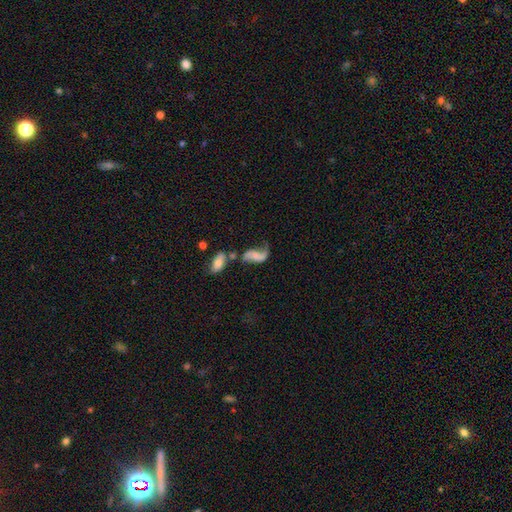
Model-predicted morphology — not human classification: A featured or disk galaxy (64%) with no bar (58%), 2 (66%) loose (86%) spiral arms (86%) and no central bulge (61%). Merging: none (32%).